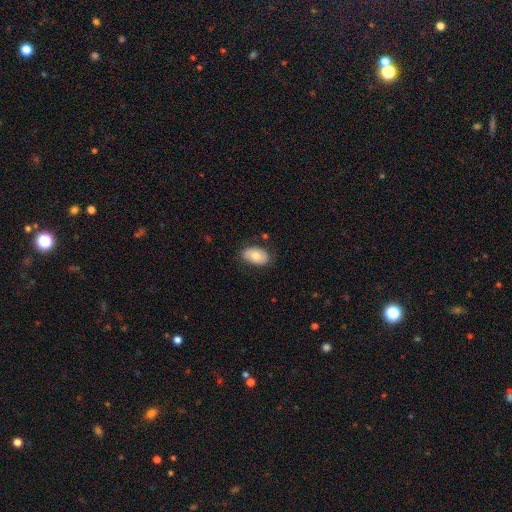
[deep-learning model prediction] Smooth or featured? smooth (70%)
How rounded? in between (89%)
Merging? none (77%)